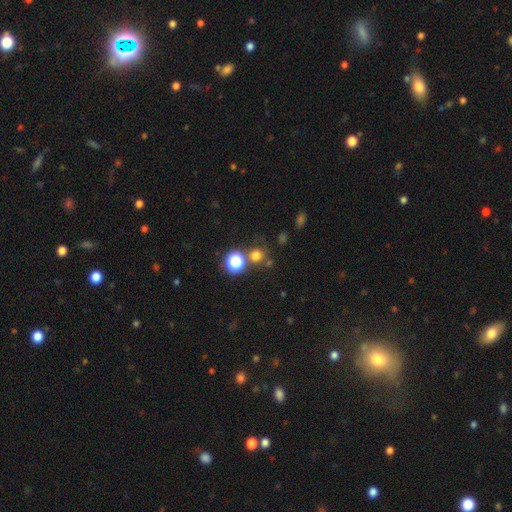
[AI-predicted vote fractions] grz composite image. It shows a smooth galaxy with no disk features (67%) that is round (90%). Merging: none (67%).